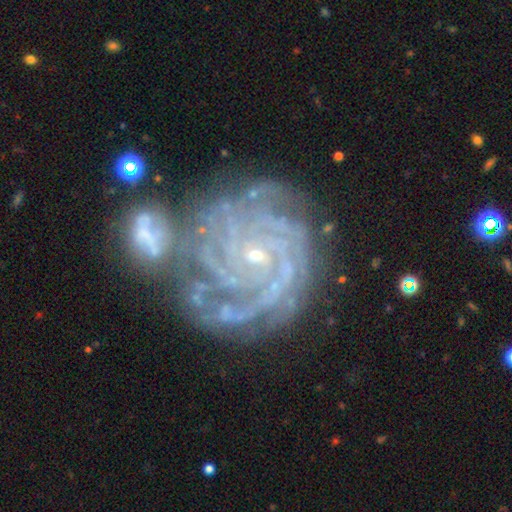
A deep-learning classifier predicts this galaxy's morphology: Smooth or featured? Predicted: featured or disk (p=0.90). Edge-on disk? Predicted: no (p=0.98). Bar? Predicted: no (p=0.66). Spiral arms? Predicted: yes (p=0.98). Spiral winding? Predicted: tight (p=0.81). Spiral arm count? Predicted: 4 (p=0.28). Bulge size? Predicted: small (p=0.85). Merging? Predicted: none (p=0.51).